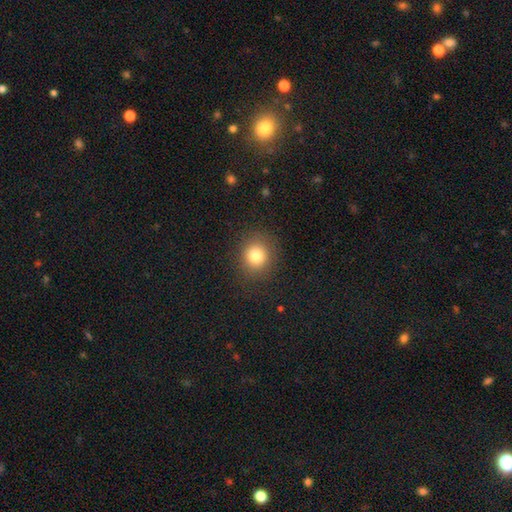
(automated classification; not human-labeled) smooth-or-featured: smooth: 80% | star or artifact: 12% | featured or disk: 8%
  how-rounded: round: 82% | in between: 17% | cigar-shaped: 1%
  merging: none: 86% | minor disturbance: 9% | major disturbance: 4% | merger: 1%